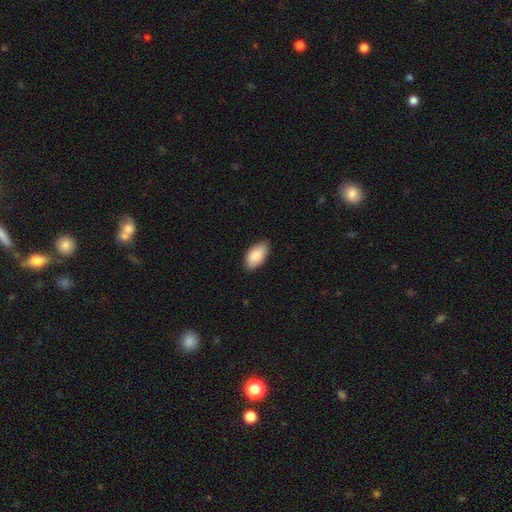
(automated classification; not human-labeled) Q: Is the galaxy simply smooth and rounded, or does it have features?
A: smooth — 89%.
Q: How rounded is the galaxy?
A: in between — 95%.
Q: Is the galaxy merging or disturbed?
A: none — 84%.